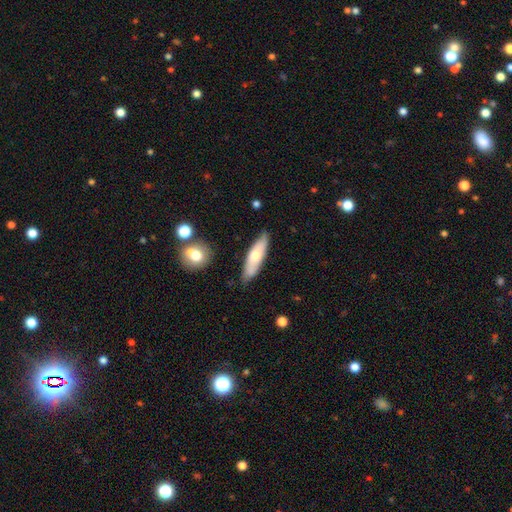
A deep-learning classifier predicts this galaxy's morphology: Overall: smooth (58%; featured or disk 36%). How rounded: cigar-shaped (55%; in between 43%). Merging: none (78%).